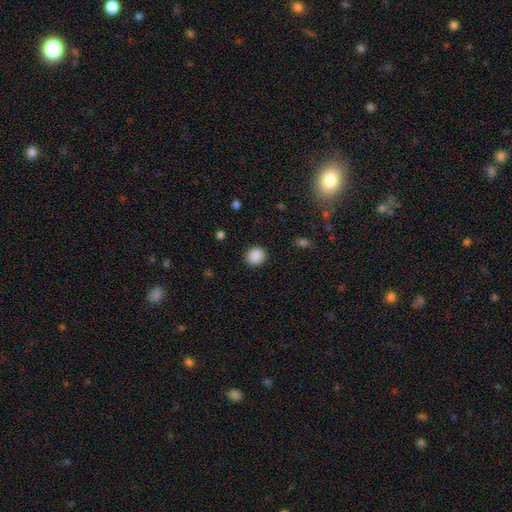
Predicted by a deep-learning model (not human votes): The model was most divided on "how rounded": round: 83%, in between: 16%, cigar-shaped: 1%. More confident: merging — none (90%); smooth or featured — smooth (88%).